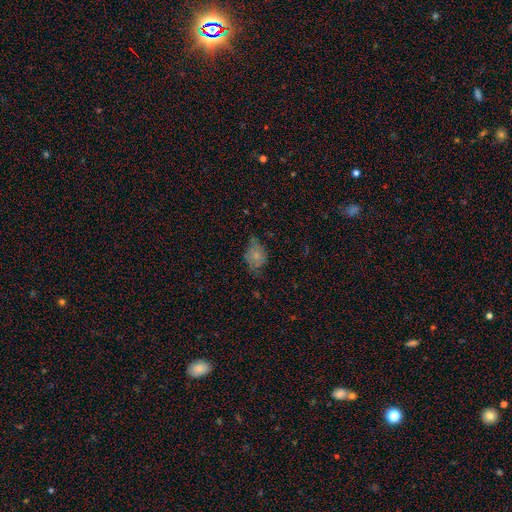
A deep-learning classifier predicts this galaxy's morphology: A smooth galaxy with no disk features (64%) that is in between round and cigar-shaped (72%).

Vote fractions:
- Smooth or featured? smooth: 64% / featured or disk: 25% / star or artifact: 11%
- How rounded? in between: 72% / round: 26% / cigar-shaped: 2%
- Merging? none: 48% / minor disturbance: 35% / major disturbance: 15% / merger: 2%